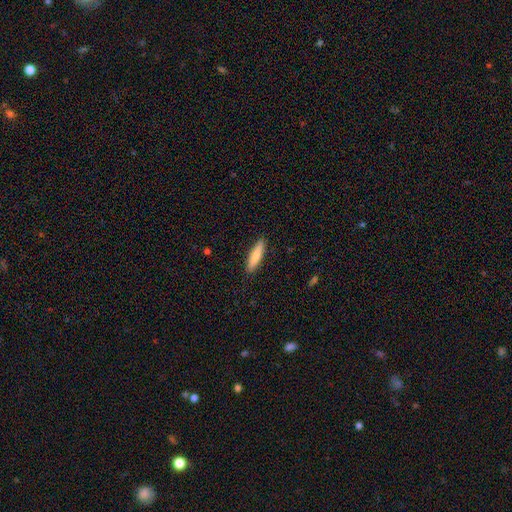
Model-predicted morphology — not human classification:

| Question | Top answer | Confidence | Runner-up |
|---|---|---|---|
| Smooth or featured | smooth | 79% | featured or disk (16%) |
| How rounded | cigar-shaped | 75% | in between (24%) |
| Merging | none | 89% | minor disturbance (8%) |